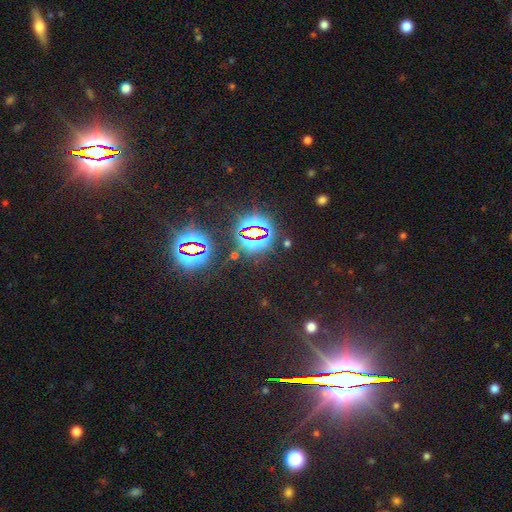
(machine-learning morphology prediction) A star or artifact, not a galaxy (83%).

Vote fractions:
- Smooth or featured? star or artifact: 83% / smooth: 10% / featured or disk: 7%